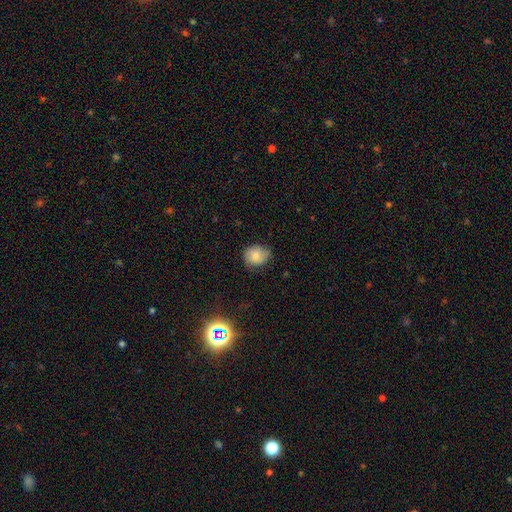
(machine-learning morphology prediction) A smooth galaxy with no disk features (71%) that is round (63%).

Vote fractions:
- Smooth or featured? smooth: 71% / featured or disk: 19% / star or artifact: 10%
- How rounded? round: 63% / in between: 36% / cigar-shaped: 1%
- Merging? none: 72% / minor disturbance: 22% / major disturbance: 5% / merger: 1%